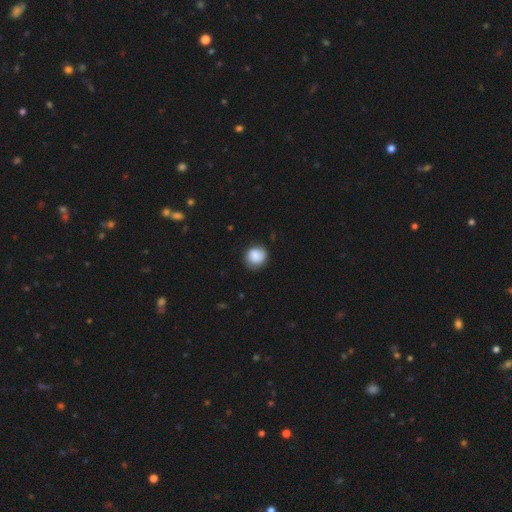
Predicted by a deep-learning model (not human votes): Morphology: type=smooth (84%); roundness=round (86%); merging=none (77%).